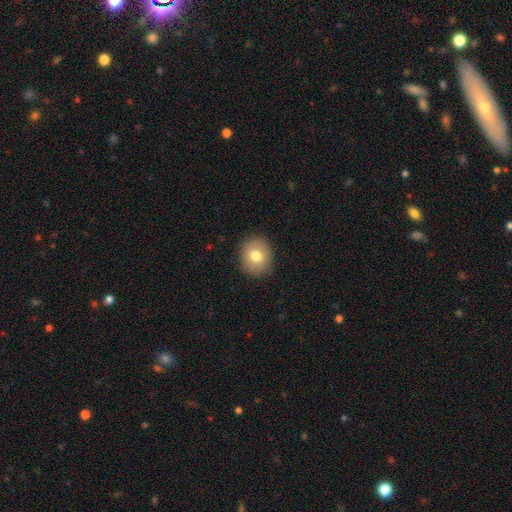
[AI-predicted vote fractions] A smooth galaxy with no disk features (75%) that is round (74%). Merging: none (89%).